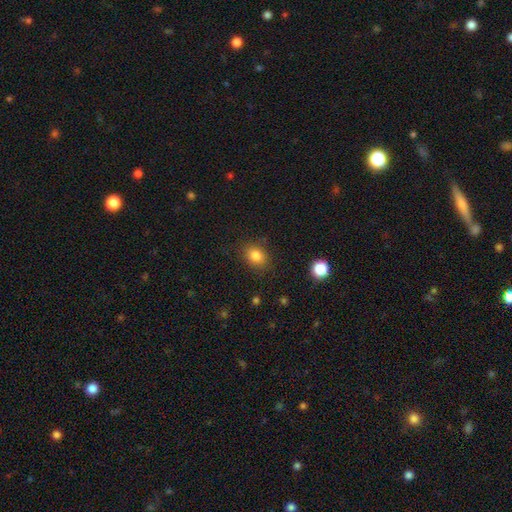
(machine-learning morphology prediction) A smooth galaxy with no disk features (83%) that is round (50%).

Vote fractions:
- Smooth or featured? smooth: 83% / star or artifact: 11% / featured or disk: 6%
- How rounded? round: 50% / in between: 49% / cigar-shaped: 1%
- Merging? none: 84% / minor disturbance: 11% / major disturbance: 3% / merger: 1%